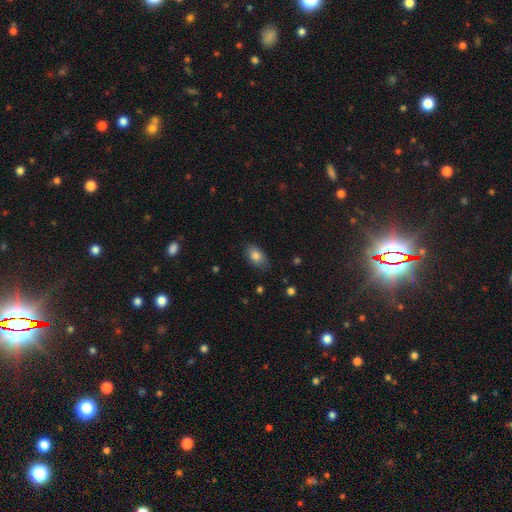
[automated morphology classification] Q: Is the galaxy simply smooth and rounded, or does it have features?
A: smooth — 83%.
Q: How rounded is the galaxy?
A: in between — 87%.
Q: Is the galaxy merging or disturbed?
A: none — 80%.